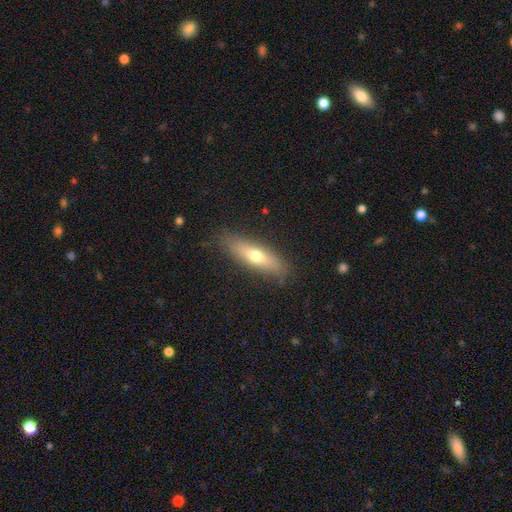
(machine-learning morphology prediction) smooth 59%, featured or disk 35%, star or artifact 7%. Down the decision tree: how rounded — cigar-shaped (62%); merging — none (86%).